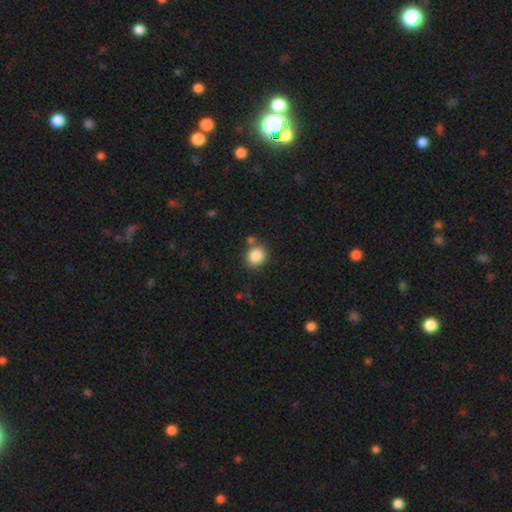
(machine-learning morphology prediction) Smooth or featured? Predicted: smooth (p=0.86). How rounded? Predicted: round (p=0.72). Merging? Predicted: none (p=0.76).